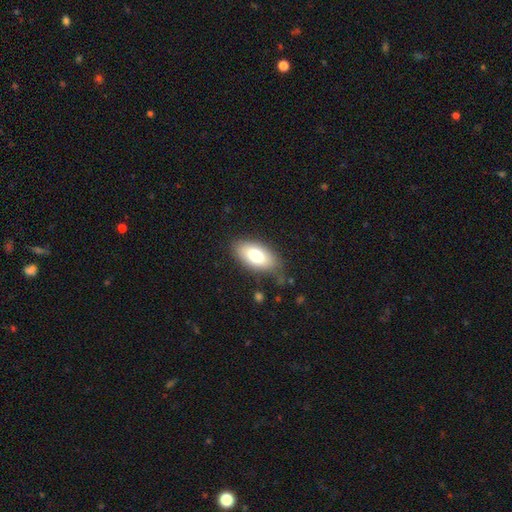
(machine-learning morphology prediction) Q: Smooth or featured?
A: smooth (77%); runner-up: featured or disk (16%)
Q: How rounded?
A: in between (92%); runner-up: cigar-shaped (4%)
Q: Merging?
A: none (79%); runner-up: minor disturbance (15%)